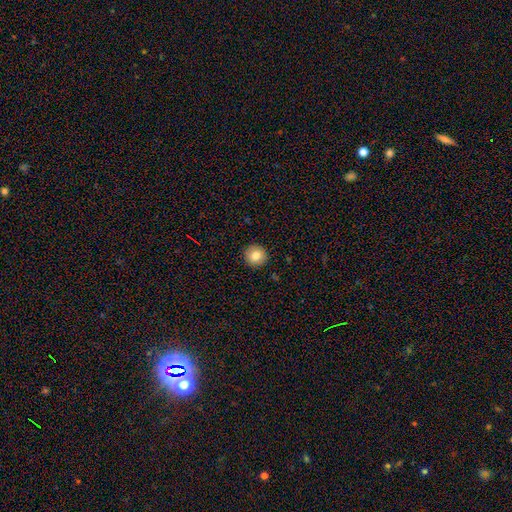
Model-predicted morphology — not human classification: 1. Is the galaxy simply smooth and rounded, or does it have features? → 82% smooth, 9% star or artifact, 9% featured or disk.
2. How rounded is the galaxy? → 94% round, 5% in between, 1% cigar-shaped.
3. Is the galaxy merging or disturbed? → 92% none, 5% minor disturbance, 2% major disturbance, 1% merger.